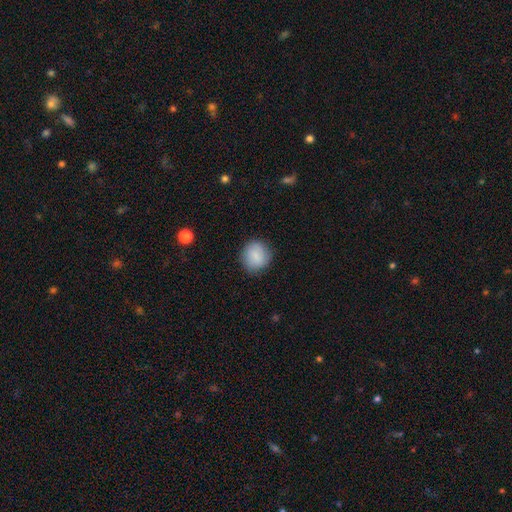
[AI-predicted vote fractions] A smooth galaxy with no disk features (86%) that is round (86%). Merging: none (85%).